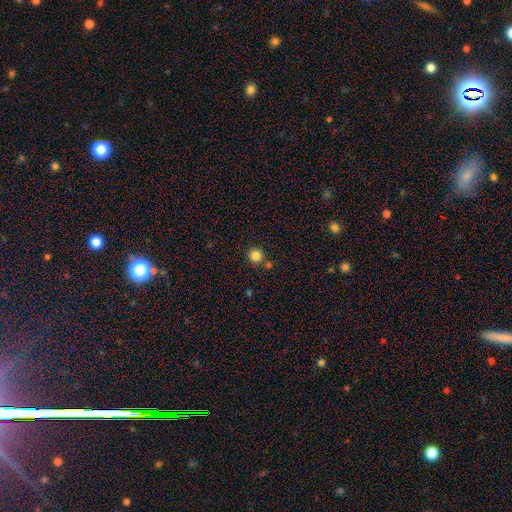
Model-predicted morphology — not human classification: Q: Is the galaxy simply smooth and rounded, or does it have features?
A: smooth — 84%.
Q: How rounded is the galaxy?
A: round — 95%.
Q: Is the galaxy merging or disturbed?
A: none — 81%.